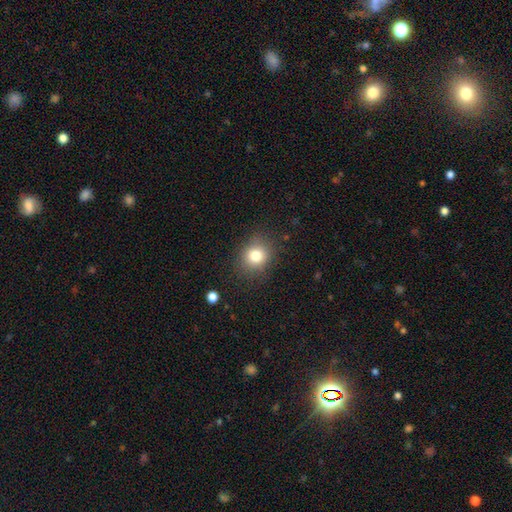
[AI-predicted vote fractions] smooth_or_featured: smooth (p=0.80) [alt: star or artifact p=0.12]
how_rounded: round (p=0.71) [alt: in between p=0.28]
merging: none (p=0.84) [alt: minor disturbance p=0.11]